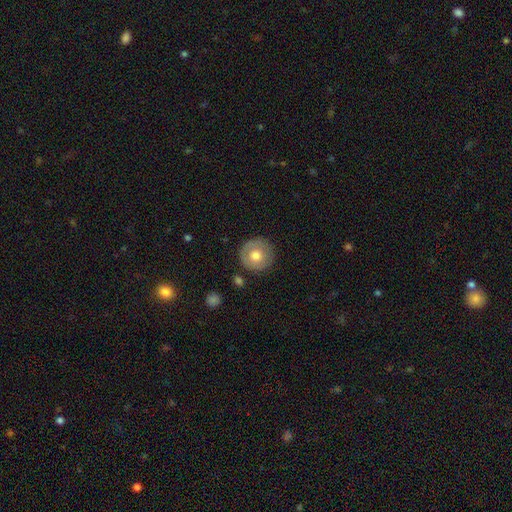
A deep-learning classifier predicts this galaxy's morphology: Smooth or featured?
  - smooth: 66% *
  - featured or disk: 27%
  - star or artifact: 7%
How rounded?
  - round: 95% *
  - in between: 4%
  - cigar-shaped: 1%
Merging?
  - none: 85% *
  - minor disturbance: 10%
  - major disturbance: 3%
  - merger: 2%